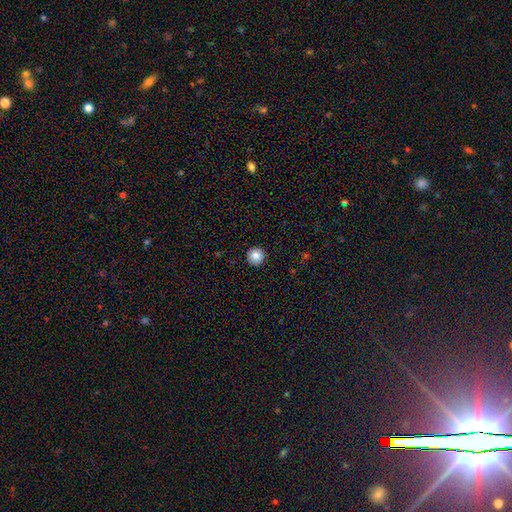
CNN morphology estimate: Smooth or featured?
  - smooth: 84% *
  - star or artifact: 9%
  - featured or disk: 6%
How rounded?
  - round: 96% *
  - in between: 3%
  - cigar-shaped: 1%
Merging?
  - none: 93% *
  - minor disturbance: 5%
  - major disturbance: 1%
  - merger: 1%